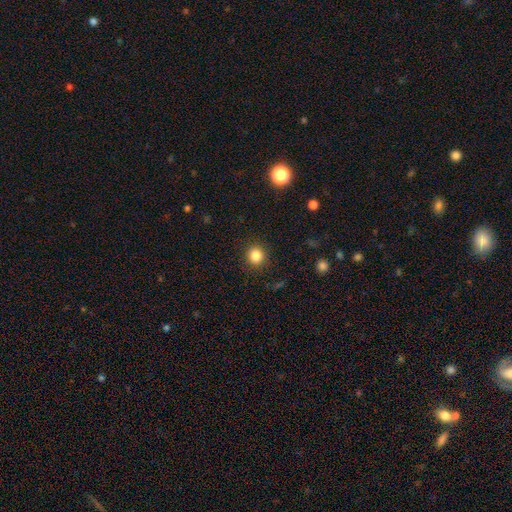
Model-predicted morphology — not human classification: The model was most divided on "smooth or featured": smooth: 84%, star or artifact: 11%, featured or disk: 5%. More confident: how rounded — round (92%); merging — none (91%).